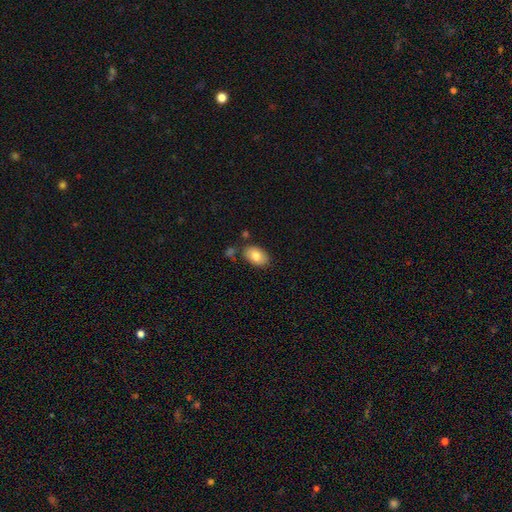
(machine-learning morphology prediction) A smooth galaxy with no disk features (82%) that is in between round and cigar-shaped (91%). Merging: none (77%).